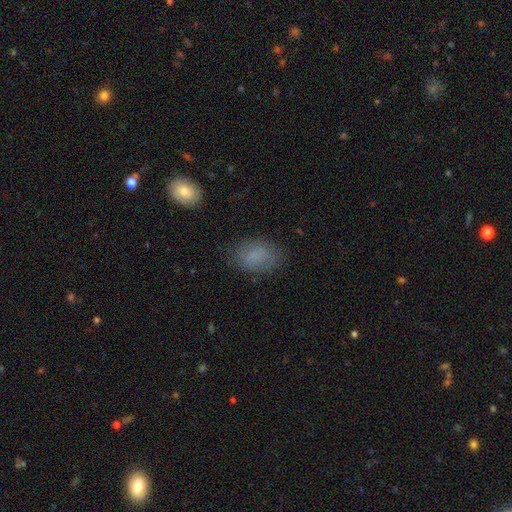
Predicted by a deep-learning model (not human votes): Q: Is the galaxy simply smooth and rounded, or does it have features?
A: smooth — 80%.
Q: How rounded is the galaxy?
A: in between — 83%.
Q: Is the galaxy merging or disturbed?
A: none — 76%.